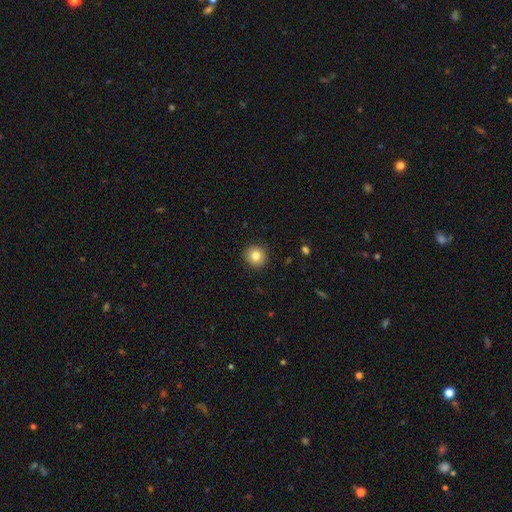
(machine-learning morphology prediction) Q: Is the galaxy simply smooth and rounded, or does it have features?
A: smooth — 81%.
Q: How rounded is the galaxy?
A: round — 93%.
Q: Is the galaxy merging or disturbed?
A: none — 92%.